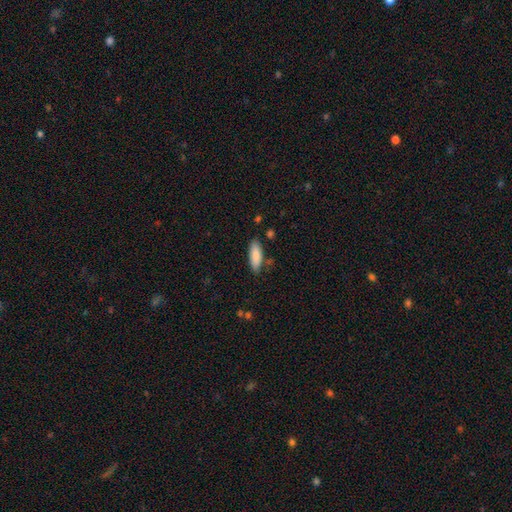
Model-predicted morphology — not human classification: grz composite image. It shows a smooth galaxy with no disk features (86%) that is in between round and cigar-shaped (64%). Merging: none (79%).